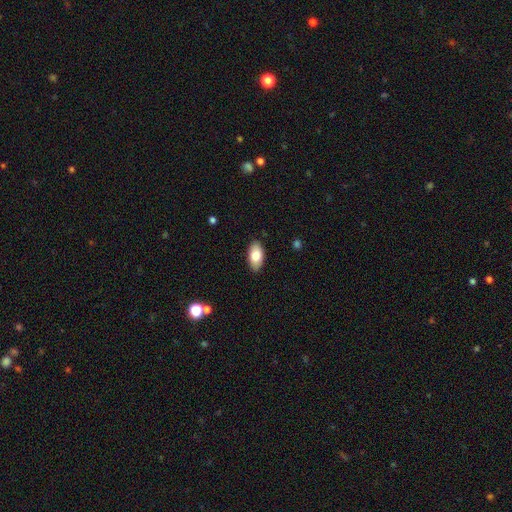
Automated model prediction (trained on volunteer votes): This appears to be a smooth galaxy with no disk features (80%) that is in between round and cigar-shaped (94%). Merging: none (87%).